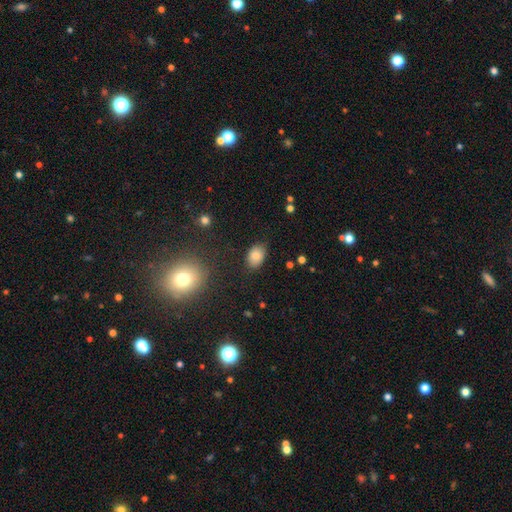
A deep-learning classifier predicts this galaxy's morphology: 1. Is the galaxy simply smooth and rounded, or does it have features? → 84% smooth, 10% star or artifact, 7% featured or disk.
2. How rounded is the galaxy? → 82% in between, 17% round, 1% cigar-shaped.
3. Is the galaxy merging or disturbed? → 81% none, 14% minor disturbance, 3% major disturbance, 2% merger.